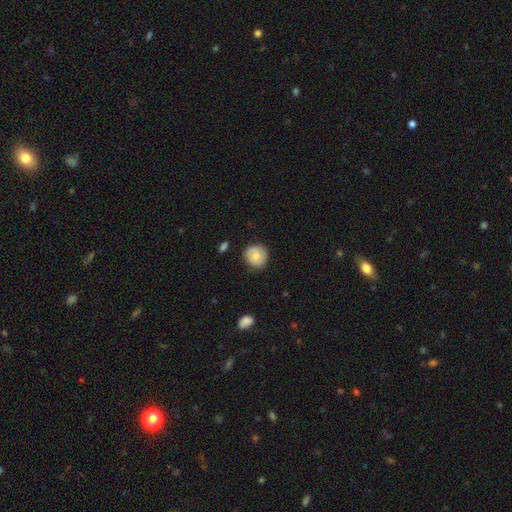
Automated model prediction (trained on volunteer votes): The model was most divided on "smooth or featured": smooth: 74%, featured or disk: 19%, star or artifact: 7%. More confident: how rounded — round (88%); merging — none (84%).